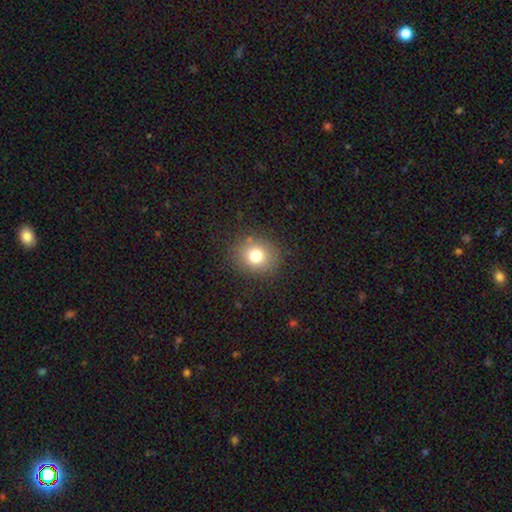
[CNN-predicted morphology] A smooth galaxy with no disk features (77%) that is round (76%). Merging: none (87%).